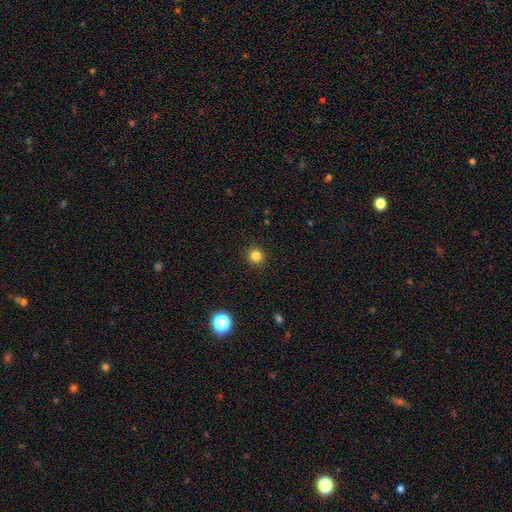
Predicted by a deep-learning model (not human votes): A smooth galaxy with no disk features (82%) that is round (92%). Merging: none (92%).